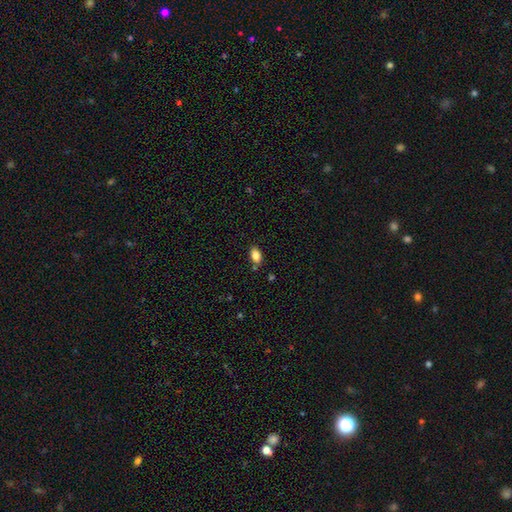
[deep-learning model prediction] Morphology: type=smooth (83%); roundness=in between (89%); merging=none (82%).